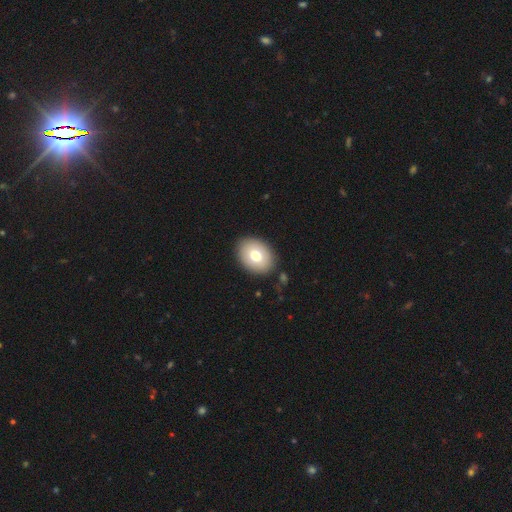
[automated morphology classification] Smooth or featured? smooth (73%)
How rounded? in between (73%)
Merging? none (88%)